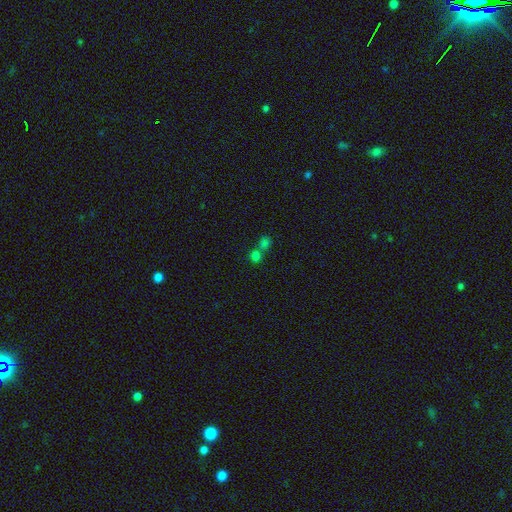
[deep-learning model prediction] Smooth or featured? smooth (71%)
How rounded? round (78%)
Merging? merger (50%)